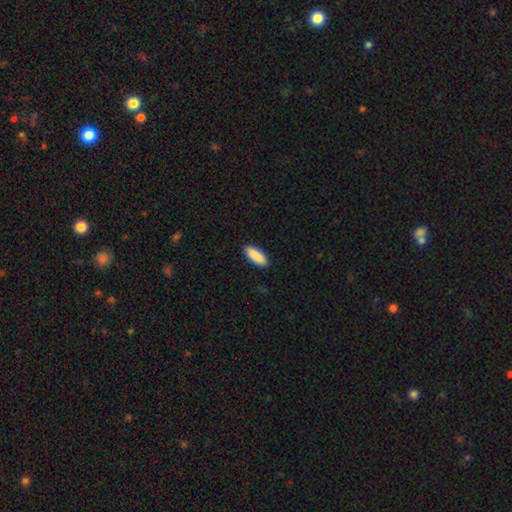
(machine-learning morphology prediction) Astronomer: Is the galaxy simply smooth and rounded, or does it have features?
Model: smooth — 90%.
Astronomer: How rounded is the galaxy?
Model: in between — 63%.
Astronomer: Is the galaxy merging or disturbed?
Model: none — 90%.